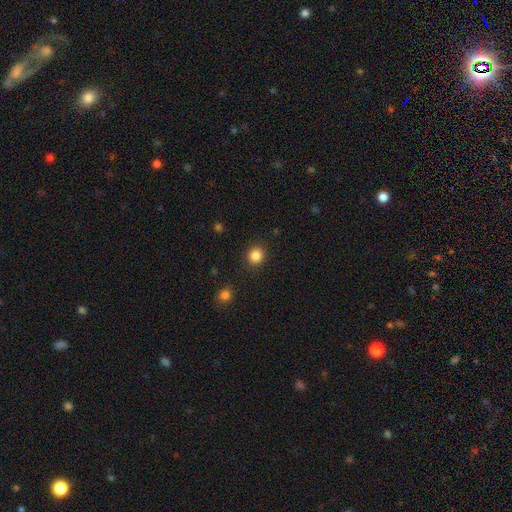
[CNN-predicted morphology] Smooth or featured?
  - smooth: 85% *
  - star or artifact: 11%
  - featured or disk: 4%
How rounded?
  - round: 85% *
  - in between: 14%
  - cigar-shaped: 1%
Merging?
  - none: 90% *
  - minor disturbance: 7%
  - major disturbance: 2%
  - merger: 1%